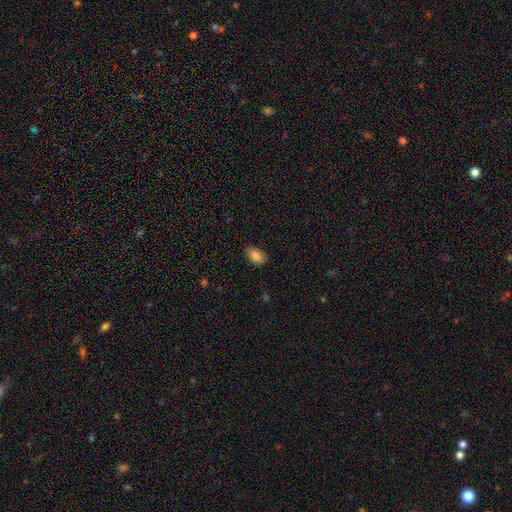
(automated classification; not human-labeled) Overall: smooth (84%). How rounded: in between (90%). Merging: none (85%).